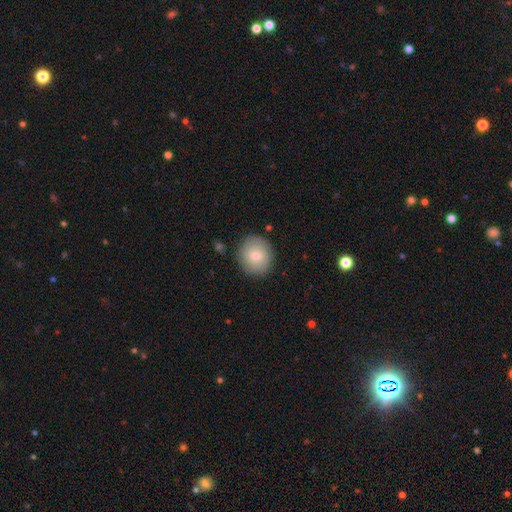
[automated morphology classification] smooth-or-featured: smooth: 76% | featured or disk: 17% | star or artifact: 7%
  how-rounded: round: 87% | in between: 12% | cigar-shaped: 1%
  merging: none: 86% | minor disturbance: 10% | major disturbance: 3% | merger: 2%